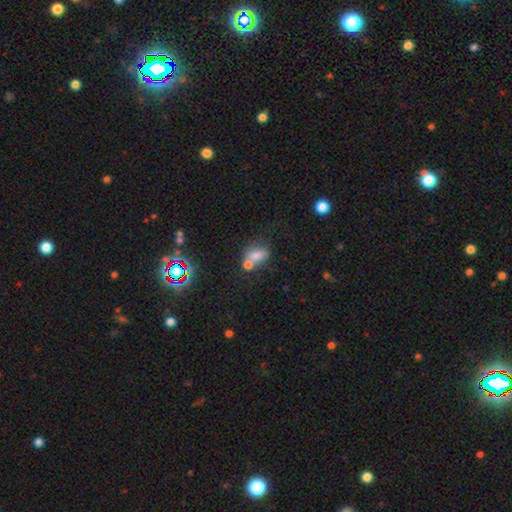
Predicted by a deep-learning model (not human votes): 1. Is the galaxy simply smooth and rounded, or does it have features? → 71% smooth, 15% featured or disk, 14% star or artifact.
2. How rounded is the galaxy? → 76% in between, 22% round, 3% cigar-shaped.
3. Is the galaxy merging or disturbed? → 46% merger, 33% none, 14% minor disturbance, 7% major disturbance.